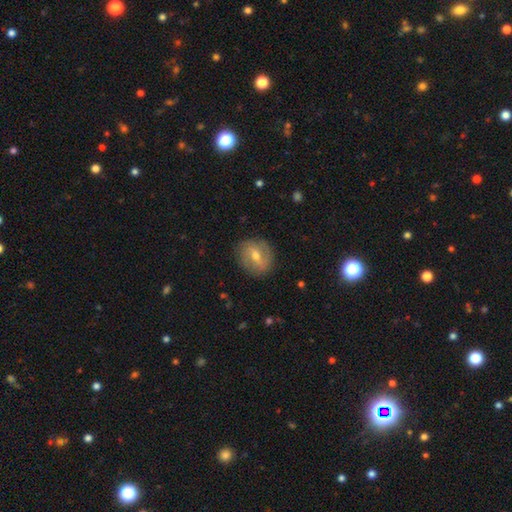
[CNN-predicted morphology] A featured or disk galaxy (54%) with a weak bar (53%), spiral arms (64%) and a moderate central bulge (67%).

Vote fractions:
- Smooth or featured? featured or disk: 54% / smooth: 38% / star or artifact: 8%
- Edge-on disk? no: 94% / yes: 6%
- Bar? weak: 53% / strong: 27% / no: 20%
- Spiral arms? yes: 64% / no: 36%
- Bulge size? moderate: 67% / small: 27% / large: 4% / none: 2% / dominant: 1%
- Merging? none: 83% / minor disturbance: 12% / major disturbance: 4% / merger: 1%